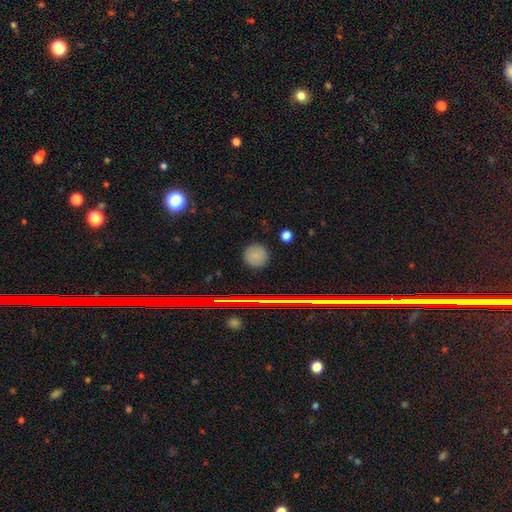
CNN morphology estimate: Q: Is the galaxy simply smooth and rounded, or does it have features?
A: smooth — 78%.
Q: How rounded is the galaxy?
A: round — 91%.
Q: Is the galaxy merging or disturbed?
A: none — 88%.